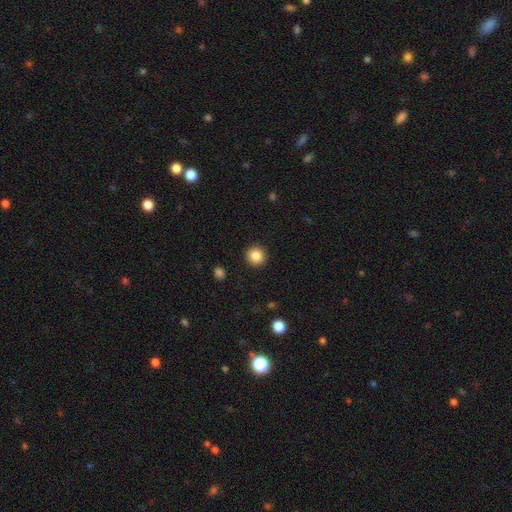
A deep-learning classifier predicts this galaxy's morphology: A smooth galaxy with no disk features (86%) that is round (93%).

Vote fractions:
- Smooth or featured? smooth: 86% / star or artifact: 9% / featured or disk: 4%
- How rounded? round: 93% / in between: 6% / cigar-shaped: 1%
- Merging? none: 92% / minor disturbance: 5% / major disturbance: 2% / merger: 1%